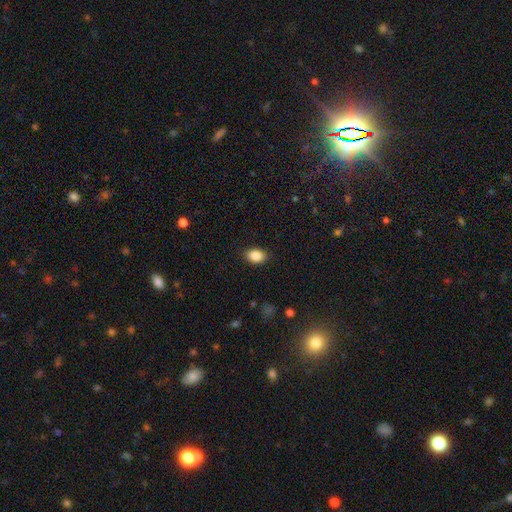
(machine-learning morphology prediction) smooth-or-featured: smooth: 87% | star or artifact: 8% | featured or disk: 5%
  how-rounded: in between: 81% | round: 18% | cigar-shaped: 1%
  merging: none: 88% | minor disturbance: 9% | major disturbance: 2% | merger: 1%